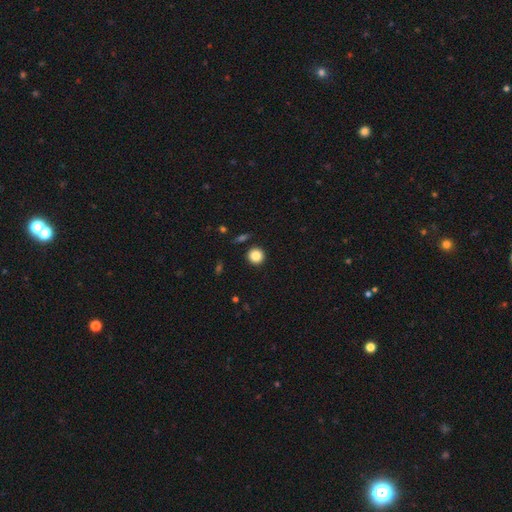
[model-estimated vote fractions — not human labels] Q: Smooth or featured?
A: smooth (85%); runner-up: star or artifact (10%)
Q: How rounded?
A: round (94%); runner-up: in between (5%)
Q: Merging?
A: none (90%); runner-up: minor disturbance (5%)